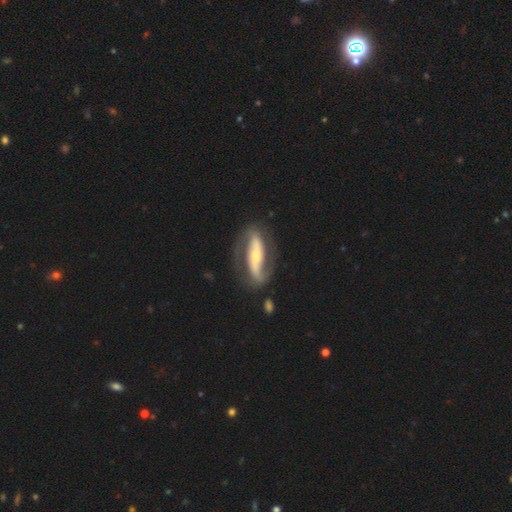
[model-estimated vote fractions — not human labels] A featured or disk galaxy (84%) with a strong bar (64%), 2 (90%) medium (41%) spiral arms (90%) and a moderate central bulge (46%).

Vote fractions:
- Smooth or featured? featured or disk: 84% / smooth: 12% / star or artifact: 4%
- Edge-on disk? no: 88% / yes: 12%
- Bar? strong: 64% / no: 19% / weak: 17%
- Spiral arms? yes: 90% / no: 10%
- Spiral winding? medium: 41% / loose: 34% / tight: 25%
- Spiral arm count? 2: 90% / can't tell: 4% / 1: 4% / 3: 1% / 4: 1% / more than 4: 1%
- Bulge size? moderate: 46% / small: 40% / large: 9% / none: 2% / dominant: 2%
- Merging? none: 78% / minor disturbance: 12% / major disturbance: 7% / merger: 2%